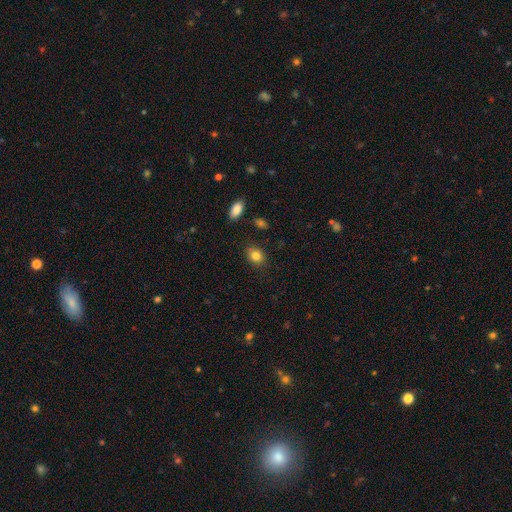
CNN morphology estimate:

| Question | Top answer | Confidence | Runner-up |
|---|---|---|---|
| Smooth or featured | smooth | 84% | star or artifact (10%) |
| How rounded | in between | 58% | round (41%) |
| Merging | none | 82% | minor disturbance (12%) |